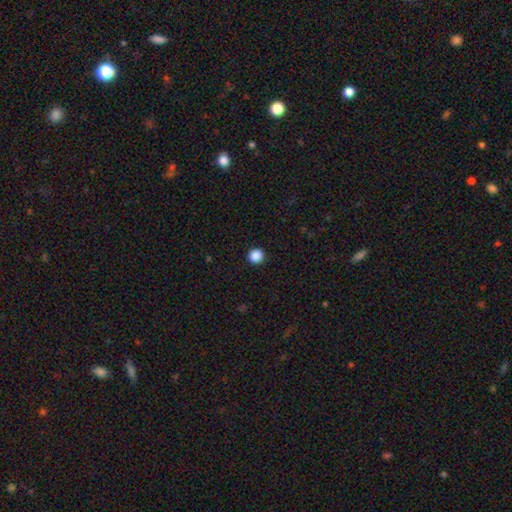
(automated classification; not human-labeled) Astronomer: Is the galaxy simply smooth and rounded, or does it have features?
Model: smooth — 88%.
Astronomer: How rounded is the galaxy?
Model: round — 95%.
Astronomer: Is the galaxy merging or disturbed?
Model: none — 93%.